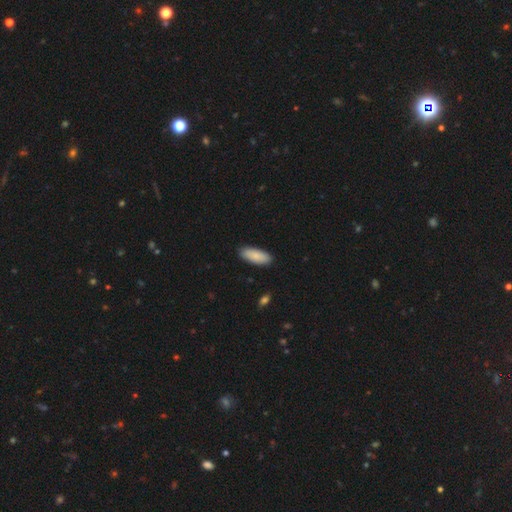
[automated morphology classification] Smooth or featured?
  - smooth: 87% *
  - featured or disk: 7%
  - star or artifact: 6%
How rounded?
  - in between: 79% *
  - cigar-shaped: 20%
  - round: 2%
Merging?
  - none: 89% *
  - minor disturbance: 9%
  - major disturbance: 2%
  - merger: 1%